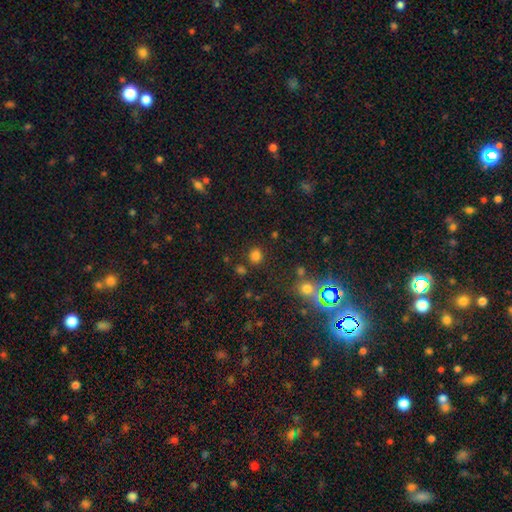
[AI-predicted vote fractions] This appears to be a smooth galaxy with no disk features (75%) that is round (74%). Merging: none (80%).